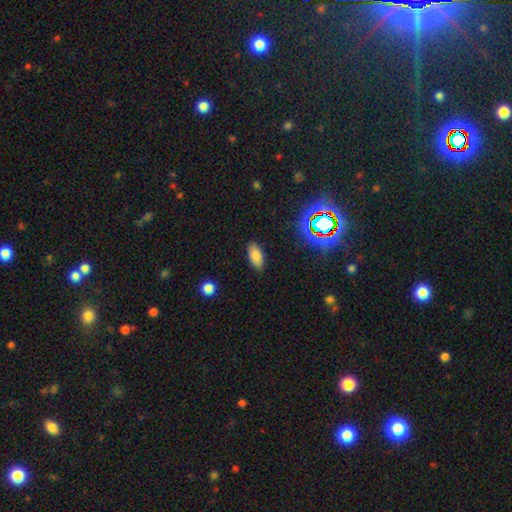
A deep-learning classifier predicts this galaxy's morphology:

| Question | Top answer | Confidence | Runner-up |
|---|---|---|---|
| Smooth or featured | smooth | 78% | star or artifact (13%) |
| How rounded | in between | 90% | cigar-shaped (8%) |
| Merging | none | 87% | minor disturbance (9%) |